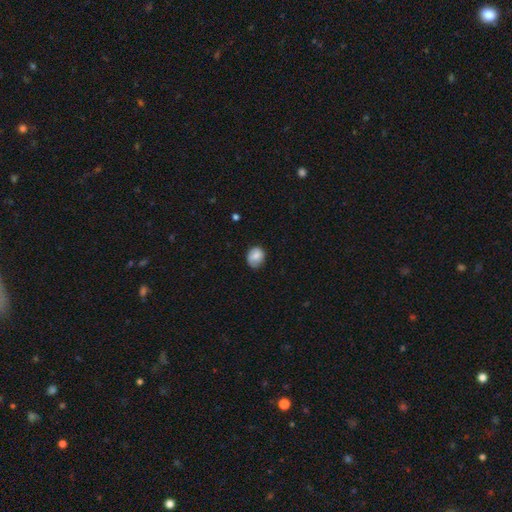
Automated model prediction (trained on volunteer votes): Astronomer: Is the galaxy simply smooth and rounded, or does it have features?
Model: smooth — 78%.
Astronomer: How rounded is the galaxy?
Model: round — 63%.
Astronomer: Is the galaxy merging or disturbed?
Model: none — 70%.